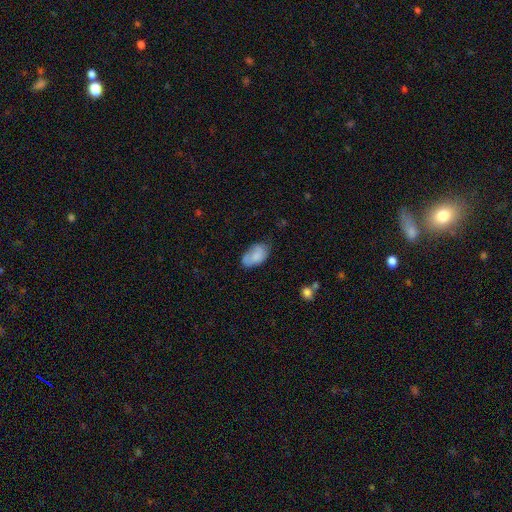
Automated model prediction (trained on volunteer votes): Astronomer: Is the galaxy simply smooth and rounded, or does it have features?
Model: smooth — 77%.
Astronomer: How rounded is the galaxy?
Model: in between — 93%.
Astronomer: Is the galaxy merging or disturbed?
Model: none — 54% (runner-up: minor disturbance, 33%).